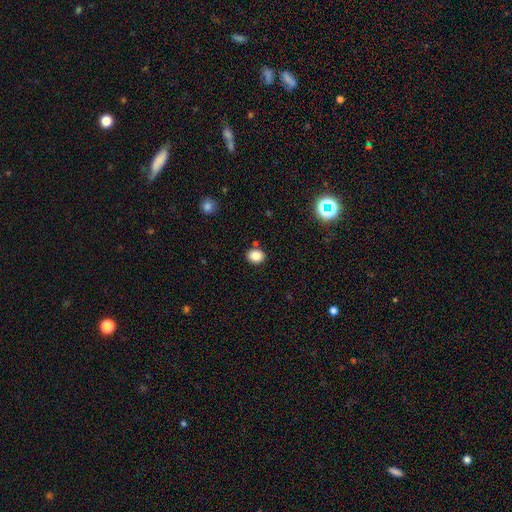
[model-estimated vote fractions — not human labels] smooth-or-featured: smooth: 85% | star or artifact: 10% | featured or disk: 5%
  how-rounded: round: 54% | in between: 45% | cigar-shaped: 1%
  merging: none: 84% | minor disturbance: 9% | merger: 5% | major disturbance: 2%